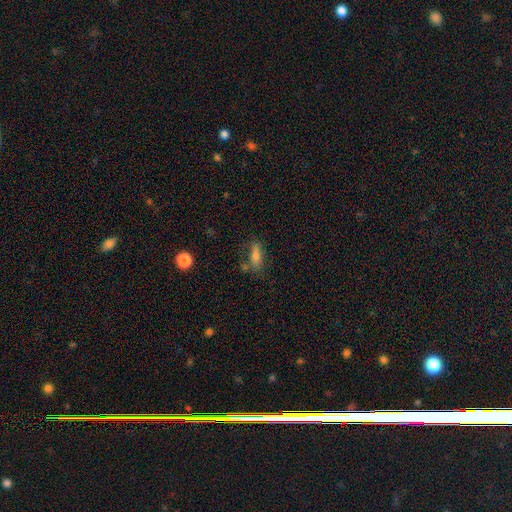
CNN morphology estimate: smooth_or_featured: smooth (p=0.69) [alt: featured or disk p=0.20]
how_rounded: in between (p=0.60) [alt: cigar-shaped p=0.36]
merging: none (p=0.65) [alt: minor disturbance p=0.17]